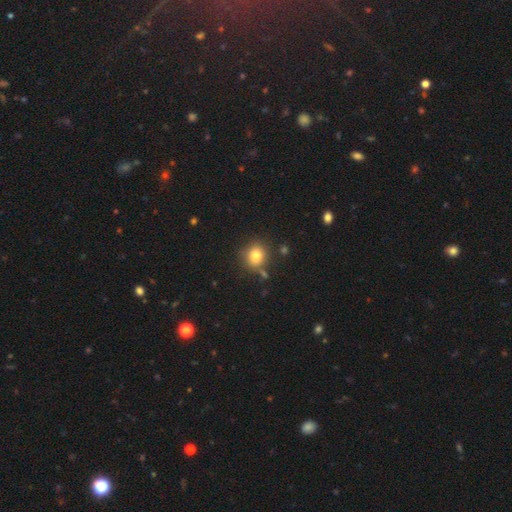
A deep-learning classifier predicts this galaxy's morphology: Smooth or featured? Predicted: smooth (p=0.80). How rounded? Predicted: round (p=0.78). Merging? Predicted: none (p=0.78).